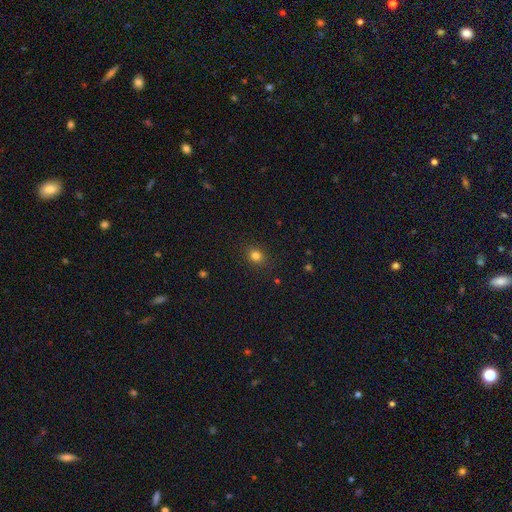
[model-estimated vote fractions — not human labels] This is clearly a smooth galaxy (81%). How rounded: likely round (70%). Merging: clearly none (88%).